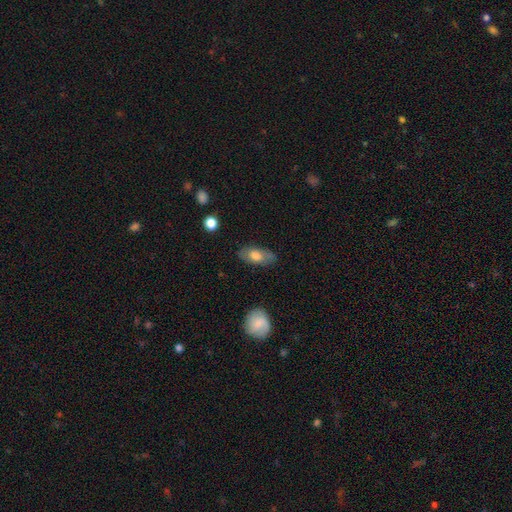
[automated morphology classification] Smooth or featured?
  - smooth: 64% *
  - featured or disk: 30%
  - star or artifact: 6%
How rounded?
  - in between: 87% *
  - cigar-shaped: 8%
  - round: 4%
Merging?
  - none: 76% *
  - minor disturbance: 17%
  - major disturbance: 5%
  - merger: 2%